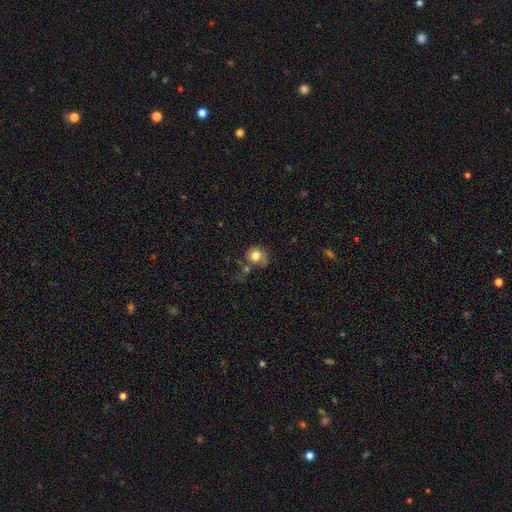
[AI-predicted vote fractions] smooth-or-featured: smooth: 78% | featured or disk: 13% | star or artifact: 10%
  how-rounded: round: 79% | in between: 20% | cigar-shaped: 1%
  merging: none: 47% | minor disturbance: 23% | major disturbance: 15% | merger: 15%